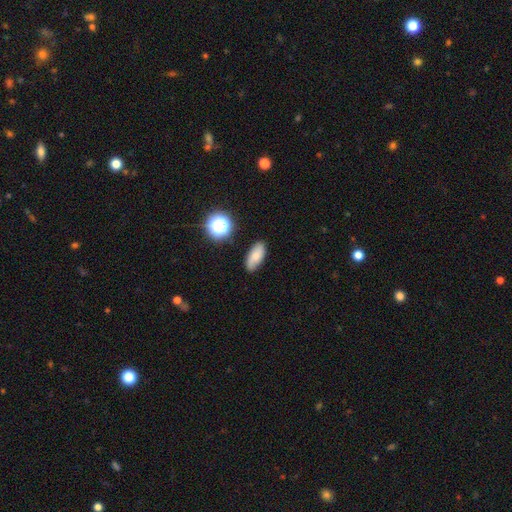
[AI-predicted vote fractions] This is likely a smooth galaxy (71%). How rounded: clearly in between (85%). Merging: clearly none (81%).